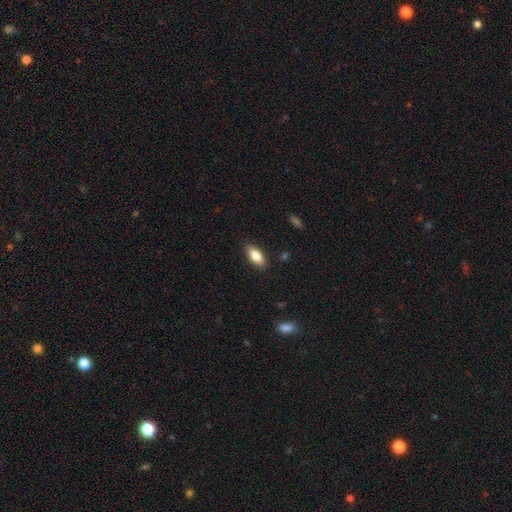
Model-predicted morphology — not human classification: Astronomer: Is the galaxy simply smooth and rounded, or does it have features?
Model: smooth — 83%.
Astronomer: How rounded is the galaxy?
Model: in between — 85%.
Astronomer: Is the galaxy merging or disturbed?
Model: none — 87%.